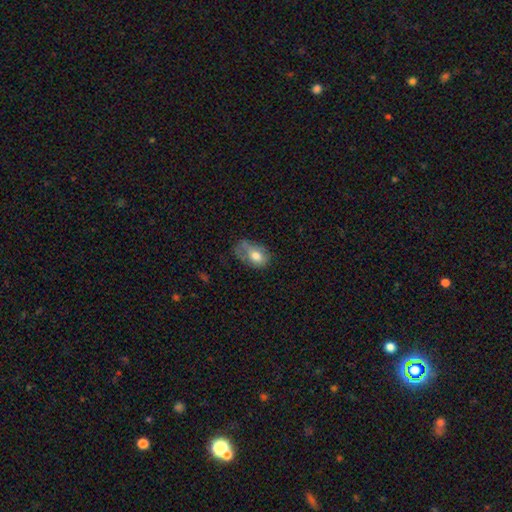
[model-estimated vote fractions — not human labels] This appears to be a smooth galaxy with no disk features (68%) that is in between round and cigar-shaped (84%). Merging: minor disturbance (35%).